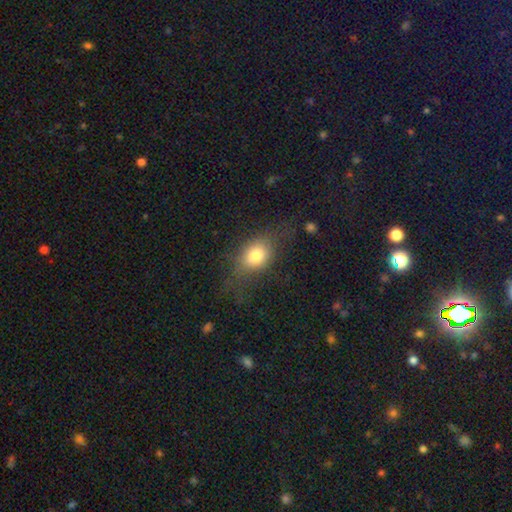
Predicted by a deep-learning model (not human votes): The model was most divided on "how rounded": in between: 62%, round: 36%, cigar-shaped: 3%. More confident: smooth or featured — smooth (74%); merging — none (56%).